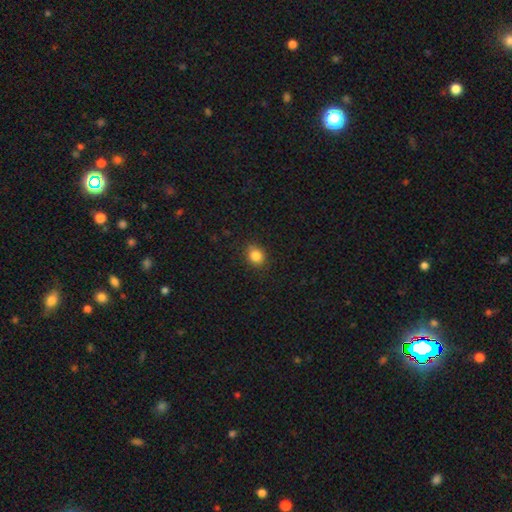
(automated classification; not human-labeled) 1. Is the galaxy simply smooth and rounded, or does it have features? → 85% smooth, 11% star or artifact, 5% featured or disk.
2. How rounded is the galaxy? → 62% round, 37% in between, 1% cigar-shaped.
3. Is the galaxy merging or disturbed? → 87% none, 10% minor disturbance, 2% major disturbance, 1% merger.